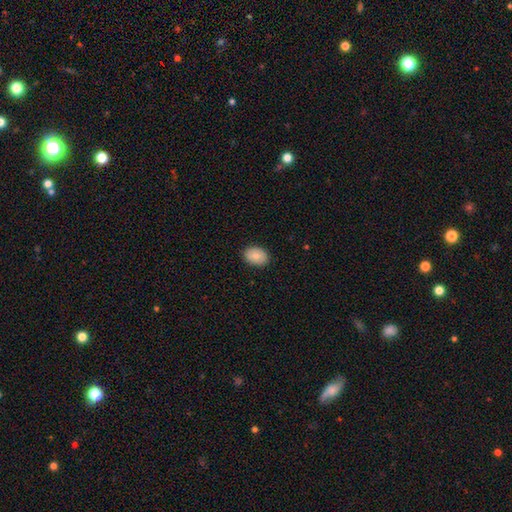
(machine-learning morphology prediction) Q: Smooth or featured?
A: smooth (84%); runner-up: featured or disk (9%)
Q: How rounded?
A: in between (76%); runner-up: round (23%)
Q: Merging?
A: none (89%); runner-up: minor disturbance (8%)